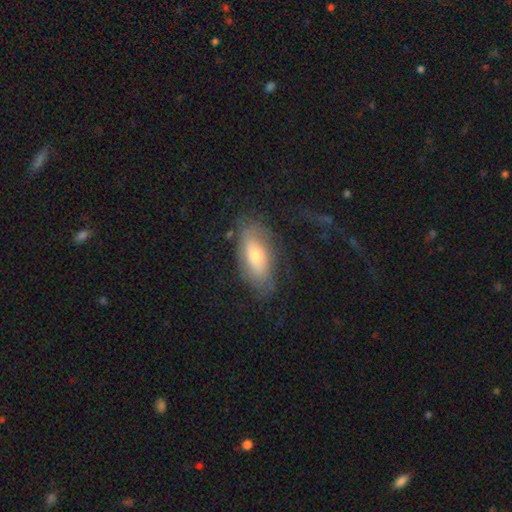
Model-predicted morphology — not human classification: This is possibly a smooth galaxy (50%). How rounded: clearly in between (86%). Merging: likely none (60%).